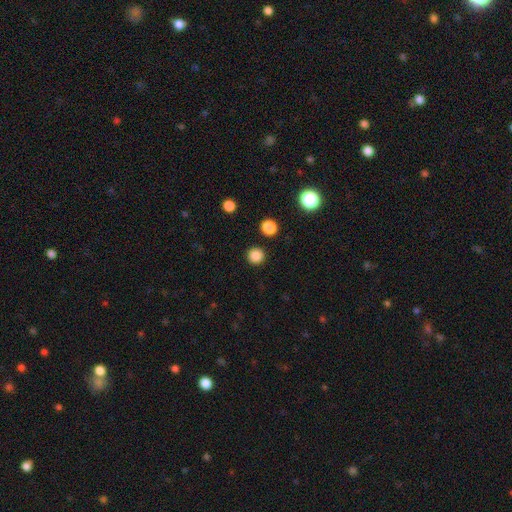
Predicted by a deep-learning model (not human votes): Smooth or featured? Predicted: smooth (p=0.85). How rounded? Predicted: round (p=0.95). Merging? Predicted: none (p=0.92).